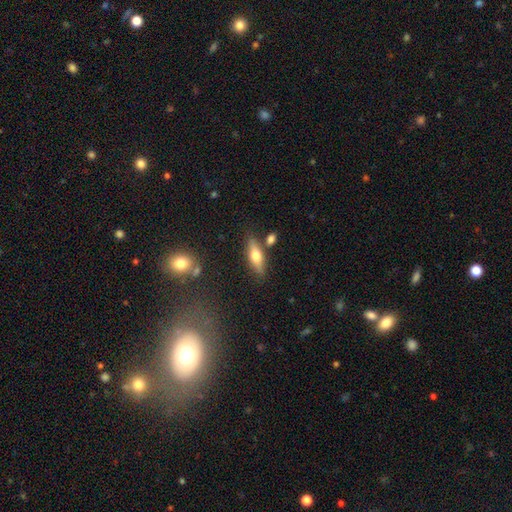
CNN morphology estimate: Overall: smooth (53%; featured or disk 40%). How rounded: in between (52%; cigar-shaped 45%). Merging: none (77%).